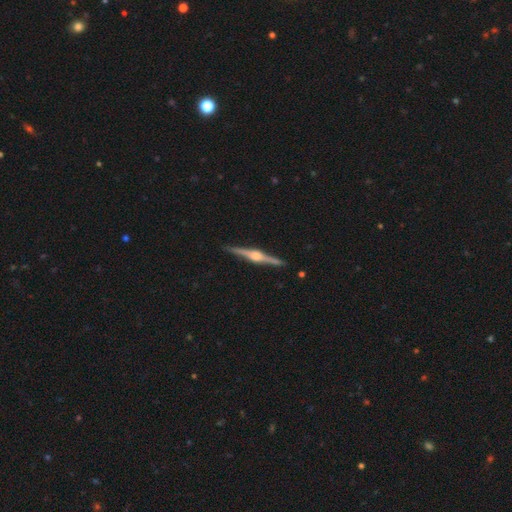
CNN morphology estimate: type=featured or disk (87%); edge-on=yes (99%); edge-on bulge=rounded (84%); merging=none (91%).